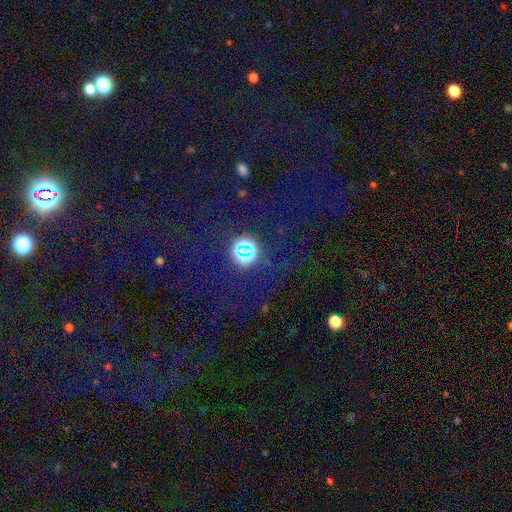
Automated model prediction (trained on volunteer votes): Morphology: type=star or artifact (65%).